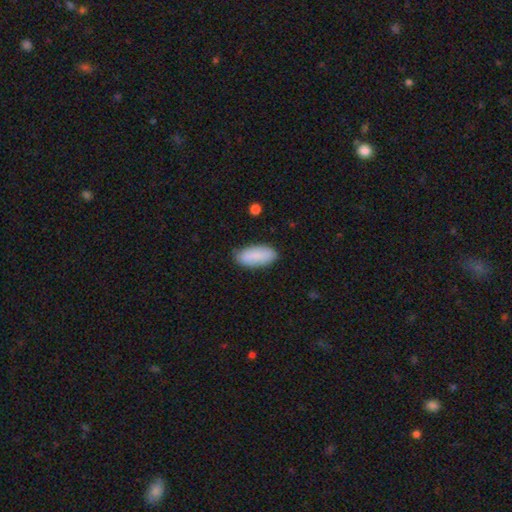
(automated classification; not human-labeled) Smooth or featured? Predicted: smooth (p=0.86). How rounded? Predicted: in between (p=0.88). Merging? Predicted: none (p=0.83).